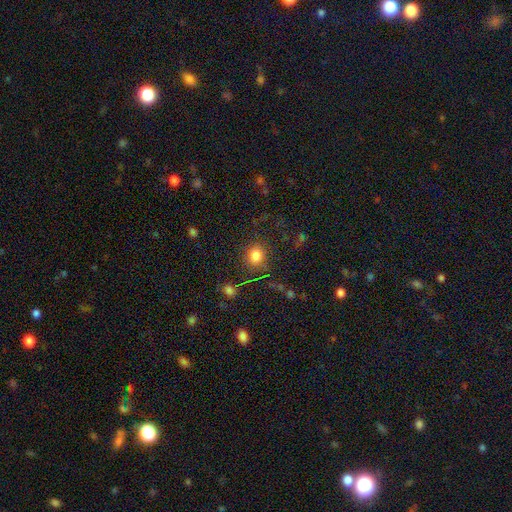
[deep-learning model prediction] A smooth galaxy with no disk features (79%) that is round (78%).

Vote fractions:
- Smooth or featured? smooth: 79% / star or artifact: 15% / featured or disk: 6%
- How rounded? round: 78% / in between: 21% / cigar-shaped: 1%
- Merging? none: 83% / minor disturbance: 10% / major disturbance: 4% / merger: 3%